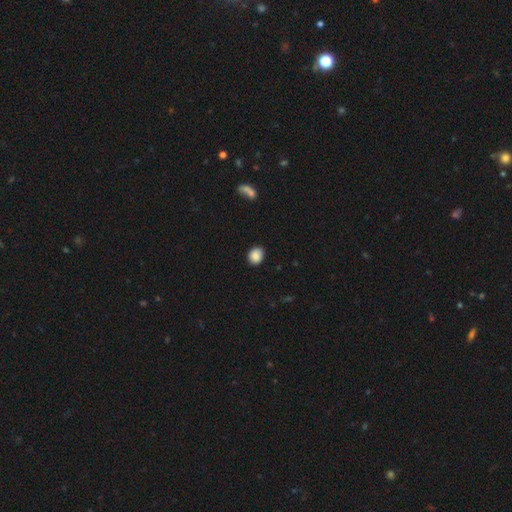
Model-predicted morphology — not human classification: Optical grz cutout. It shows a smooth galaxy with no disk features (88%) that is round (56%). Merging: none (86%).